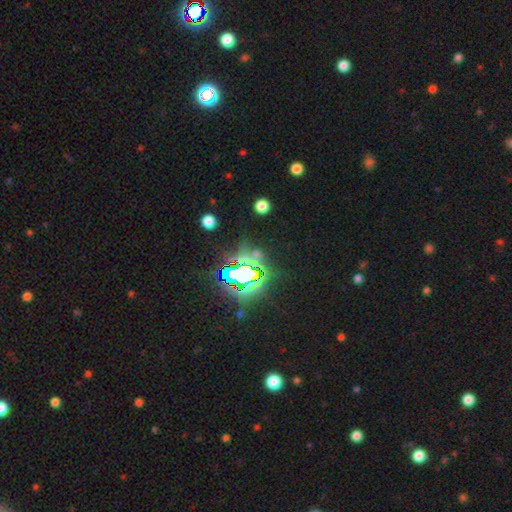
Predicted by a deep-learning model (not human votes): Morphology: type=star or artifact (75%).